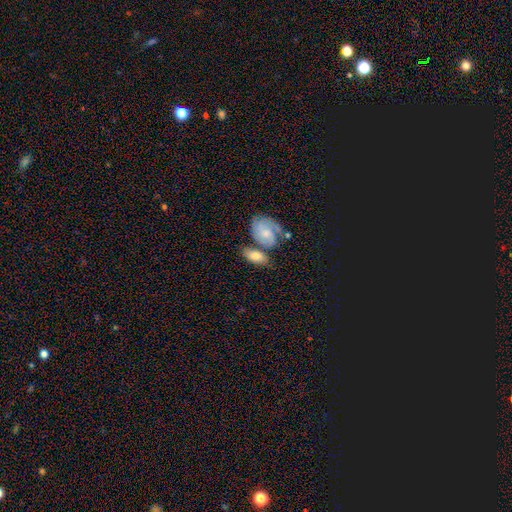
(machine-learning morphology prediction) This appears to be a smooth galaxy with no disk features (63%) that is in between round and cigar-shaped (86%). Merging: none (45%).